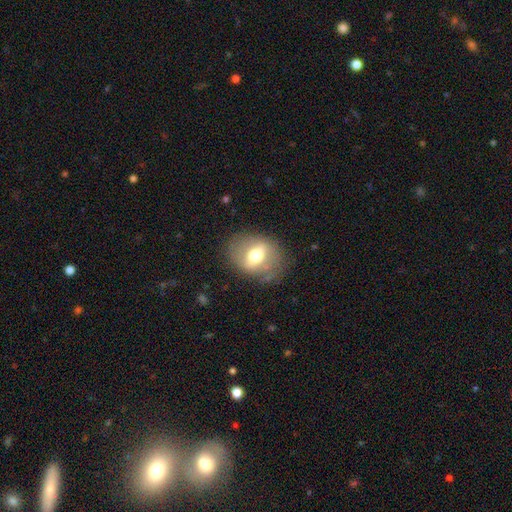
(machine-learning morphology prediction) Smooth or featured? Predicted: smooth (p=0.50). How rounded? Predicted: in between (p=0.60). Merging? Predicted: none (p=0.75).